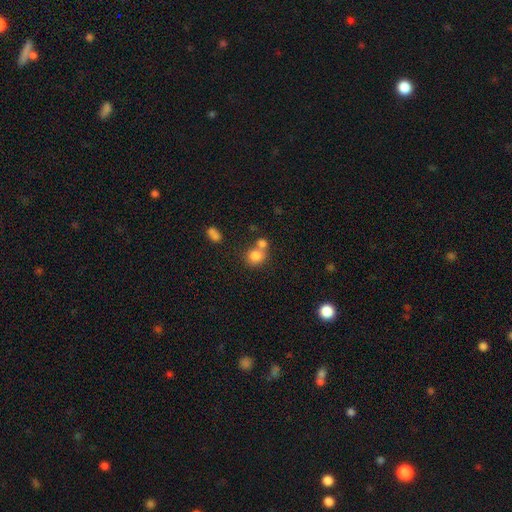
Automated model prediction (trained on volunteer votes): smooth_or_featured: smooth (p=0.80) [alt: star or artifact p=0.11]
how_rounded: round (p=0.77) [alt: in between p=0.22]
merging: none (p=0.45) [alt: merger p=0.43]